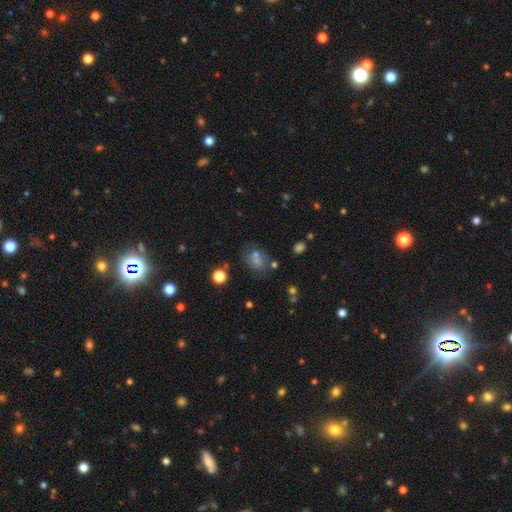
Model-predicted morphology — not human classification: smooth_or_featured: smooth (p=0.46) [alt: star or artifact p=0.34]
merging: none (p=0.64) [alt: minor disturbance p=0.18]